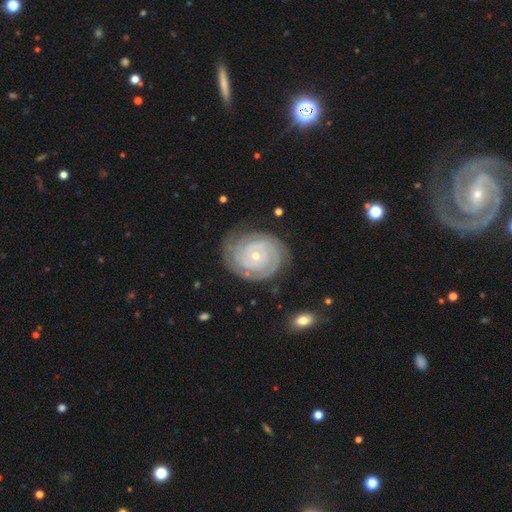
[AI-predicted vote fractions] Smooth or featured? featured or disk (90%)
Edge-on disk? no (98%)
Bar? no (77%)
Spiral arms? yes (98%)
Spiral winding? tight (89%)
Spiral arm count? 2 (40%)
Bulge size? small (74%)
Merging? none (80%)